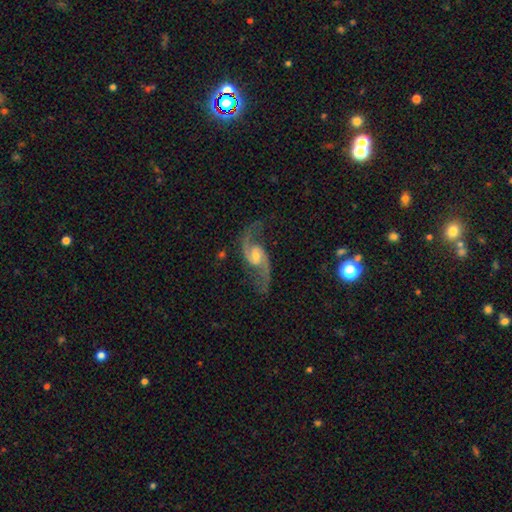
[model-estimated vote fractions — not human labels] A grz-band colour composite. It shows a featured or disk galaxy (92%) with no bar (45%), 2 (94%) loose (57%) spiral arms (98%) and a moderate central bulge (47%). Merging: none (78%).